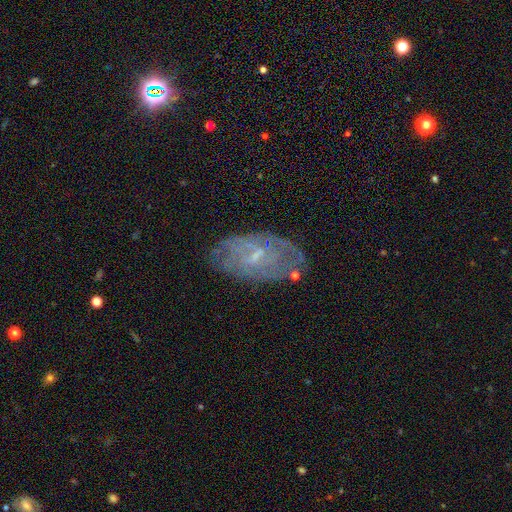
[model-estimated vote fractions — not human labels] A featured or disk galaxy (66%) with a weak bar (49%), spiral arms (72%) and a small central bulge (62%).

Vote fractions:
- Smooth or featured? featured or disk: 66% / smooth: 22% / star or artifact: 12%
- Edge-on disk? no: 93% / yes: 7%
- Bar? weak: 49% / no: 40% / strong: 11%
- Spiral arms? yes: 72% / no: 28%
- Bulge size? small: 62% / moderate: 23% / none: 13% / large: 1% / dominant: 1%
- Merging? none: 70% / minor disturbance: 19% / major disturbance: 8% / merger: 2%